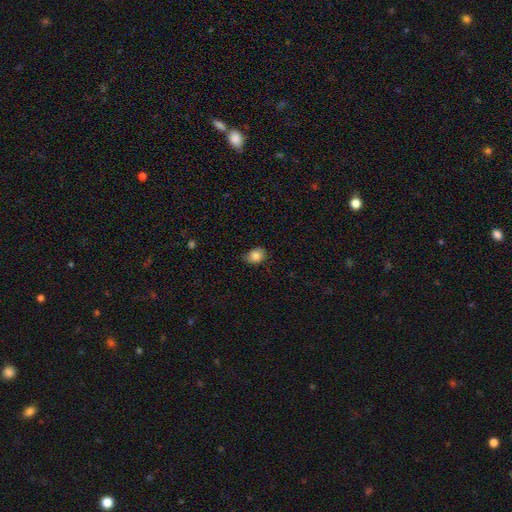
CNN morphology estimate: type=smooth (84%); roundness=in between (54%); merging=none (70%).